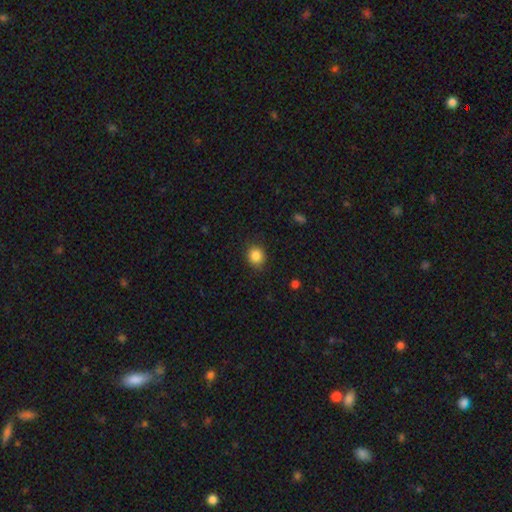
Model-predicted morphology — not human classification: type=smooth (85%); roundness=round (80%); merging=none (85%).